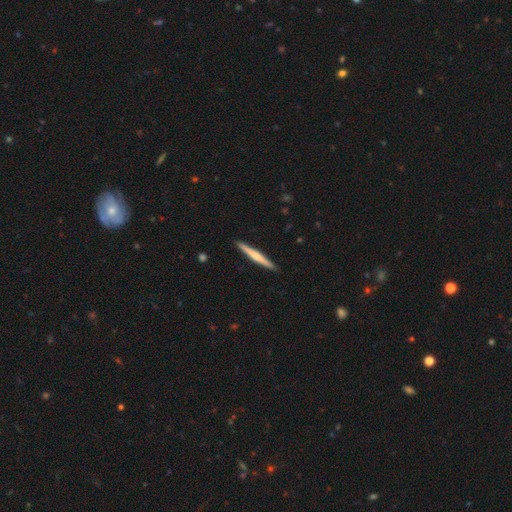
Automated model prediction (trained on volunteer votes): smooth-or-featured: featured or disk: 49% | smooth: 47% | star or artifact: 5%
  merging: none: 92% | minor disturbance: 6% | major disturbance: 1% | merger: 1%